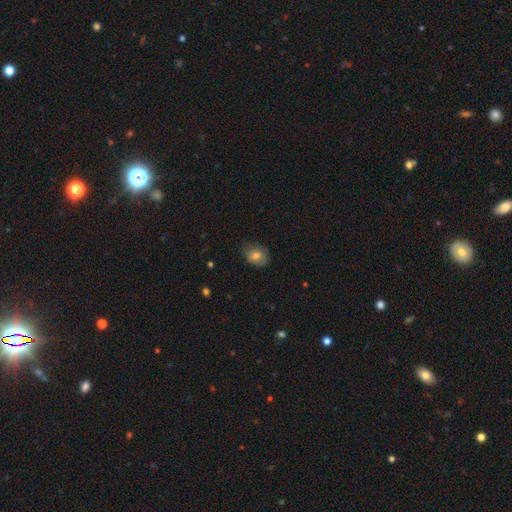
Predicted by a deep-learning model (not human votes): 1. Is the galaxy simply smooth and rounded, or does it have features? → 77% smooth, 14% featured or disk, 9% star or artifact.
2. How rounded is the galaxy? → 55% in between, 44% round, 1% cigar-shaped.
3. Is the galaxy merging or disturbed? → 72% none, 22% minor disturbance, 5% major disturbance, 1% merger.